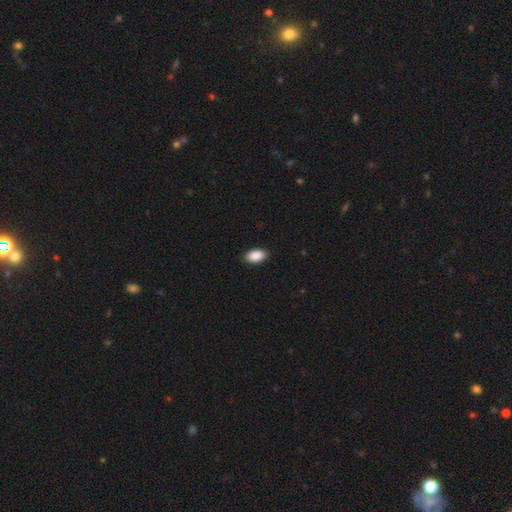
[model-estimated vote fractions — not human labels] Overall: smooth (90%). How rounded: in between (94%). Merging: none (90%).